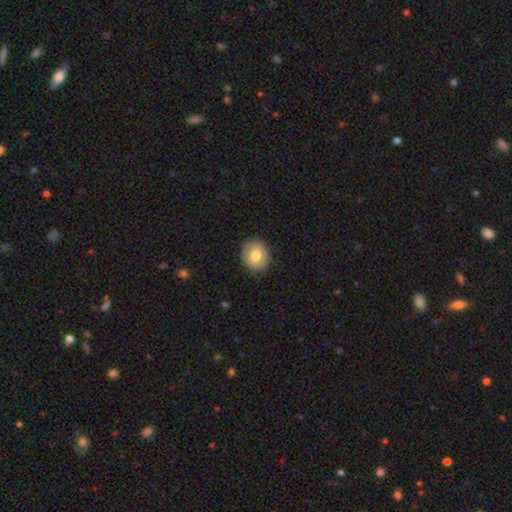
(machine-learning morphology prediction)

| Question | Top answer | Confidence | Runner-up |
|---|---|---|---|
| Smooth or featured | smooth | 72% | featured or disk (21%) |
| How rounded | round | 77% | in between (22%) |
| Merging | none | 87% | minor disturbance (9%) |